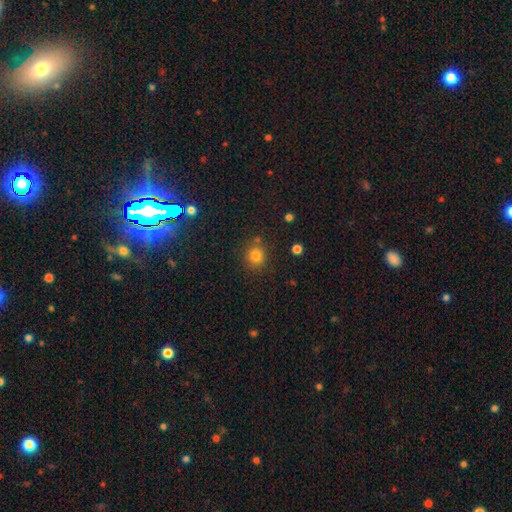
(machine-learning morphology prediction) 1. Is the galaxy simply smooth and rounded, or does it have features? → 81% smooth, 13% star or artifact, 6% featured or disk.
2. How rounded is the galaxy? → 86% round, 13% in between, 1% cigar-shaped.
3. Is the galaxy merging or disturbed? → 81% none, 9% minor disturbance, 6% merger, 3% major disturbance.